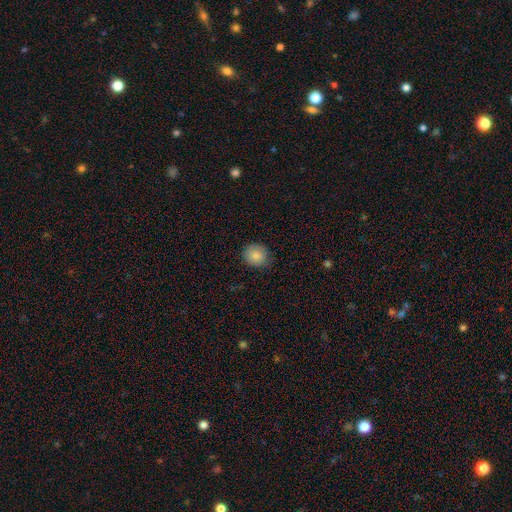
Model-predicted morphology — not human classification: Q: Smooth or featured?
A: smooth (85%); runner-up: star or artifact (9%)
Q: How rounded?
A: round (78%); runner-up: in between (21%)
Q: Merging?
A: none (83%); runner-up: minor disturbance (13%)